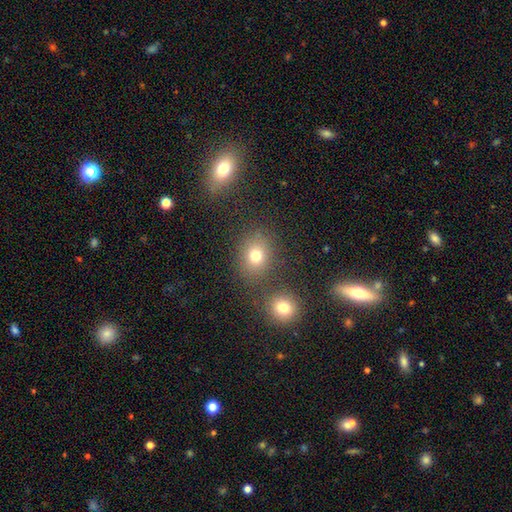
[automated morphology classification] Q: Smooth or featured?
A: smooth (75%); runner-up: star or artifact (16%)
Q: How rounded?
A: round (63%); runner-up: in between (36%)
Q: Merging?
A: none (73%); runner-up: merger (14%)